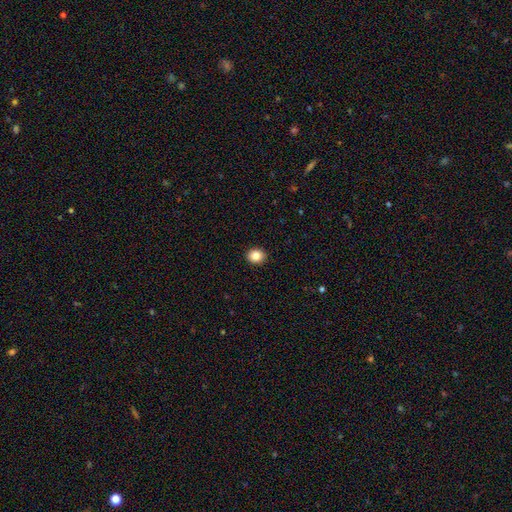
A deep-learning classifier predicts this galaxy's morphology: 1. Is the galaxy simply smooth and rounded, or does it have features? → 85% smooth, 10% star or artifact, 5% featured or disk.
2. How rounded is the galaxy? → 68% round, 31% in between, 1% cigar-shaped.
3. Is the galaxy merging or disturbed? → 92% none, 5% minor disturbance, 2% major disturbance, 1% merger.